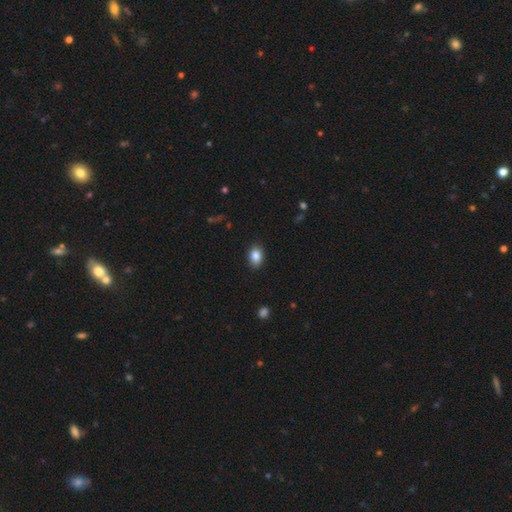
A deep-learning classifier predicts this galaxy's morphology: Smooth or featured: smooth — 86% (star or artifact — 9%)
How rounded: in between — 78% (round — 21%)
Merging: none — 87% (minor disturbance — 9%)